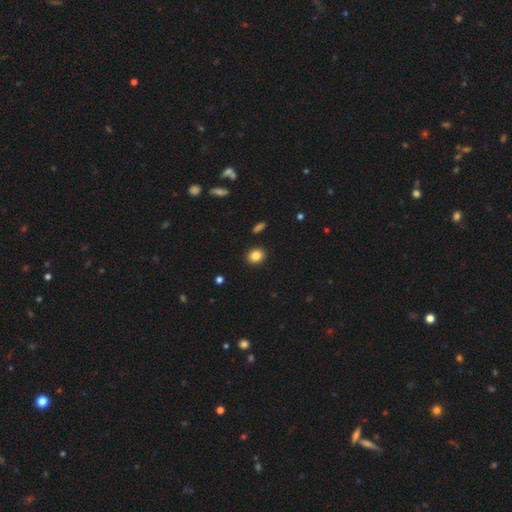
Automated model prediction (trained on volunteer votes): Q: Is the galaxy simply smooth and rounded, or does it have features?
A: smooth — 85%.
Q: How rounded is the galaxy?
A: round — 67%.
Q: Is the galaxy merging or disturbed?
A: none — 91%.